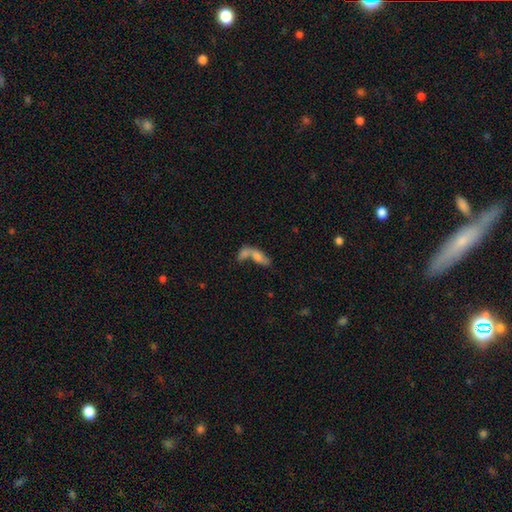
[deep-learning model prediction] smooth 63%, featured or disk 27%, star or artifact 10%. Down the decision tree: how rounded — in between (67%); merging — merger (65%).